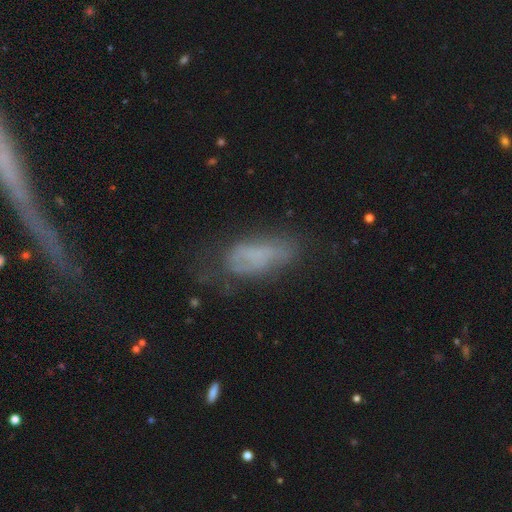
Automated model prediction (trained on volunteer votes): smooth_or_featured: smooth (p=0.54) [alt: featured or disk p=0.32]
how_rounded: in between (p=0.78) [alt: cigar-shaped p=0.19]
merging: none (p=0.42) [alt: minor disturbance p=0.29]